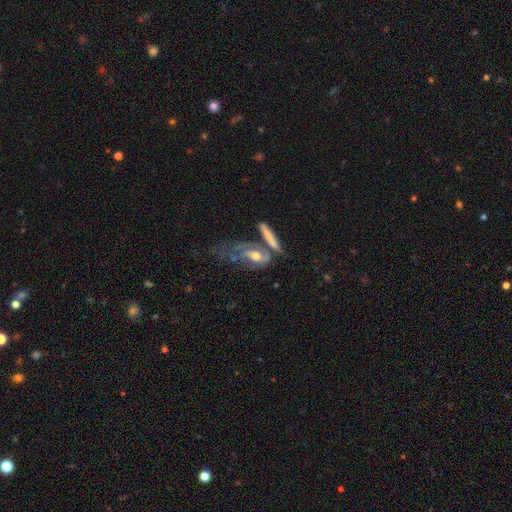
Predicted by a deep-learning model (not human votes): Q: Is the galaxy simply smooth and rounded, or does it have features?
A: featured or disk — 52%.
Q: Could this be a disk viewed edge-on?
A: no — 73%.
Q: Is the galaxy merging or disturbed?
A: merger — 30%.